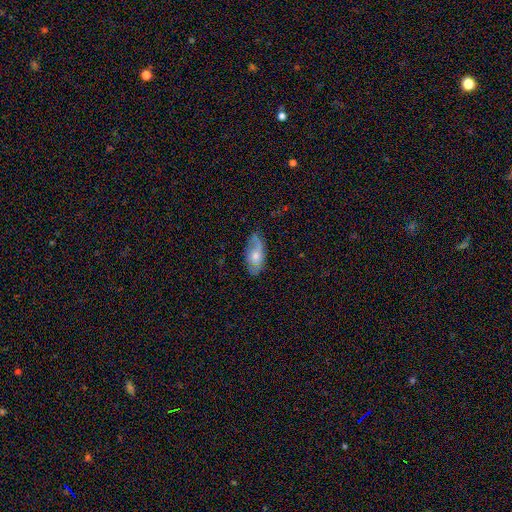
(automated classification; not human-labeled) A smooth galaxy with no disk features (51%) that is in between round and cigar-shaped (87%).

Vote fractions:
- Smooth or featured? smooth: 51% / featured or disk: 41% / star or artifact: 7%
- How rounded? in between: 87% / cigar-shaped: 9% / round: 4%
- Merging? none: 61% / minor disturbance: 27% / major disturbance: 10% / merger: 2%